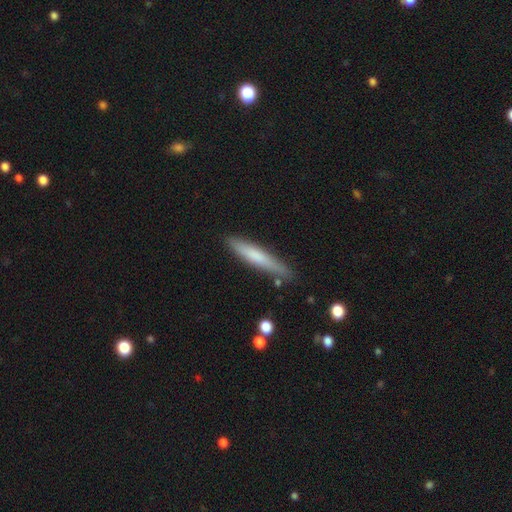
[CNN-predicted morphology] Smooth or featured? smooth (66%)
How rounded? cigar-shaped (91%)
Merging? none (82%)